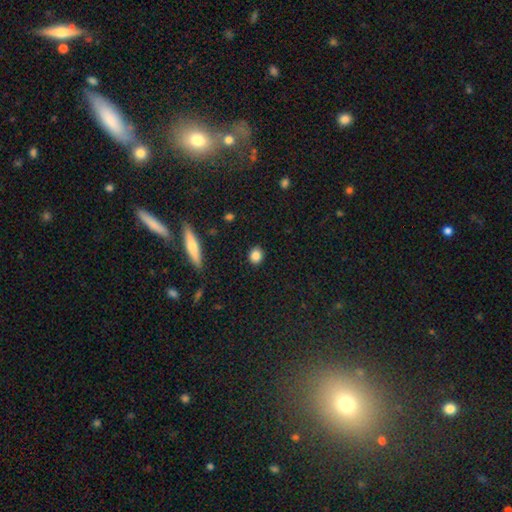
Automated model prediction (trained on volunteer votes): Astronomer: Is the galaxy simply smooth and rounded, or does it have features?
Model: smooth — 84%.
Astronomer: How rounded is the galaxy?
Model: round — 75%.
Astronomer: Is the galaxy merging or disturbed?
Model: none — 90%.